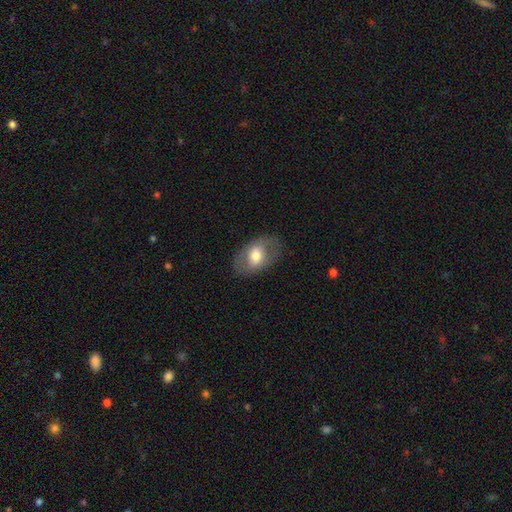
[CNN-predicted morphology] A smooth galaxy with no disk features (55%) that is in between round and cigar-shaped (85%). Merging: none (78%).